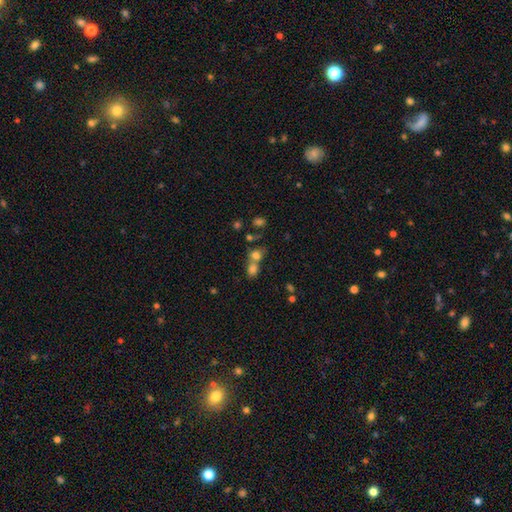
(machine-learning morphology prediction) A smooth galaxy with no disk features (73%) that is round (57%).

Vote fractions:
- Smooth or featured? smooth: 73% / star or artifact: 15% / featured or disk: 12%
- How rounded? round: 57% / in between: 41% / cigar-shaped: 2%
- Merging? merger: 60% / none: 29% / minor disturbance: 7% / major disturbance: 4%